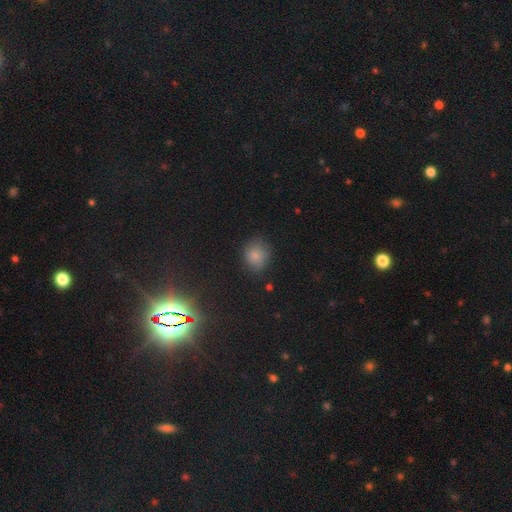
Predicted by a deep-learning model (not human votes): Smooth or featured? Predicted: smooth (p=0.80). How rounded? Predicted: round (p=0.77). Merging? Predicted: none (p=0.79).